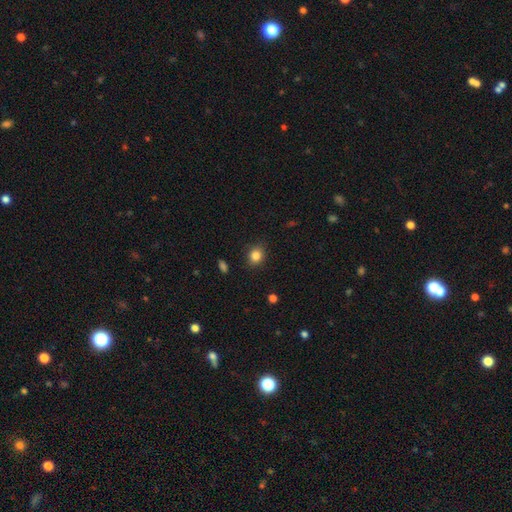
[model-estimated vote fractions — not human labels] This is clearly a smooth galaxy (85%). How rounded: likely round (63%). Merging: clearly none (86%).